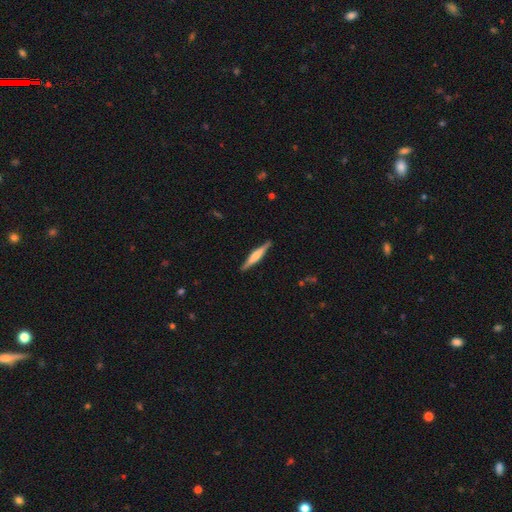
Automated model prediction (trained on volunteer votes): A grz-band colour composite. It shows a featured or disk galaxy (63%) viewed edge-on (98%) with a rounded central bulge (53%). Merging: none (90%).